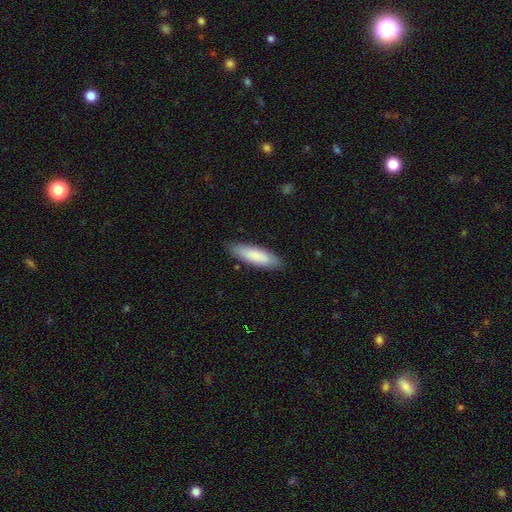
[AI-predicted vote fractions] Smooth or featured?
  - smooth: 84% *
  - featured or disk: 11%
  - star or artifact: 5%
How rounded?
  - cigar-shaped: 60% *
  - in between: 38%
  - round: 1%
Merging?
  - none: 86% *
  - minor disturbance: 11%
  - major disturbance: 2%
  - merger: 1%